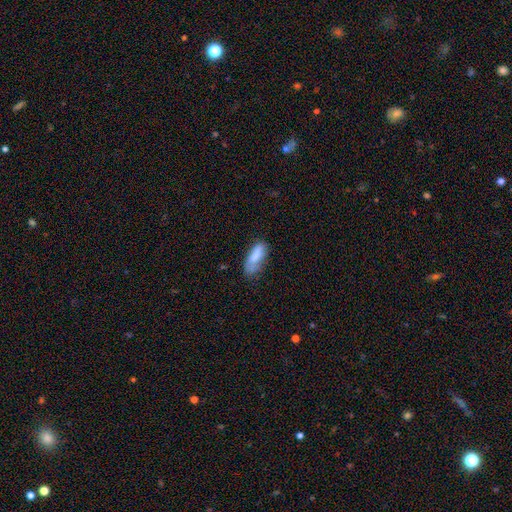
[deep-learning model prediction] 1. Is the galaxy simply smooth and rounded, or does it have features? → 79% smooth, 13% featured or disk, 8% star or artifact.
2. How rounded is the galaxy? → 72% in between, 26% cigar-shaped, 2% round.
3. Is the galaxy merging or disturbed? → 45% none, 34% minor disturbance, 15% major disturbance, 5% merger.